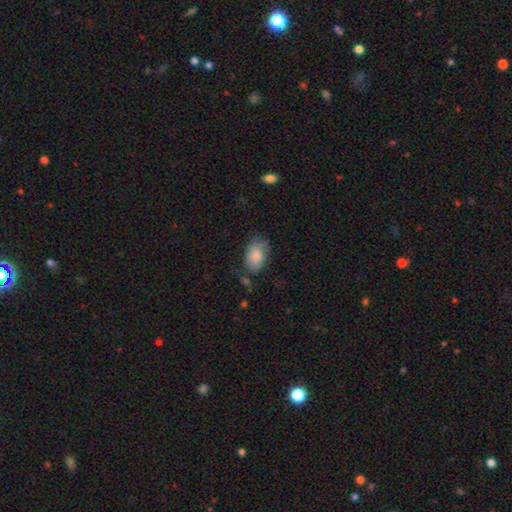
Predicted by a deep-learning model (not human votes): smooth 83%, featured or disk 10%, star or artifact 7%. Down the decision tree: how rounded — in between (87%); merging — none (58%).